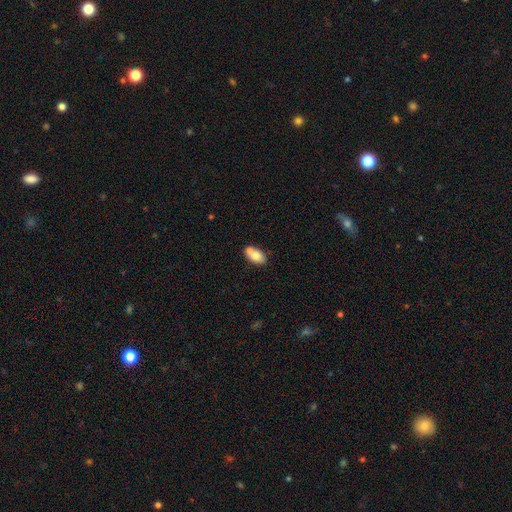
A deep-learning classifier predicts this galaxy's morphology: The model was most divided on "merging": none: 49%, merger: 34%, minor disturbance: 14%, major disturbance: 4%. More confident: how rounded — in between (88%); smooth or featured — smooth (77%).